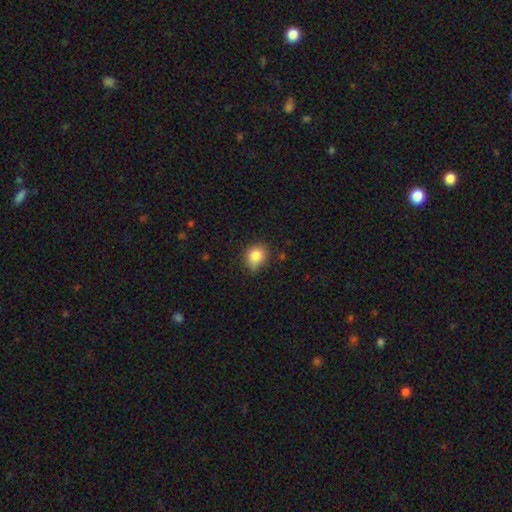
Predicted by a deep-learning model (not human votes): Morphology: type=smooth (83%); roundness=round (71%); merging=none (58%).